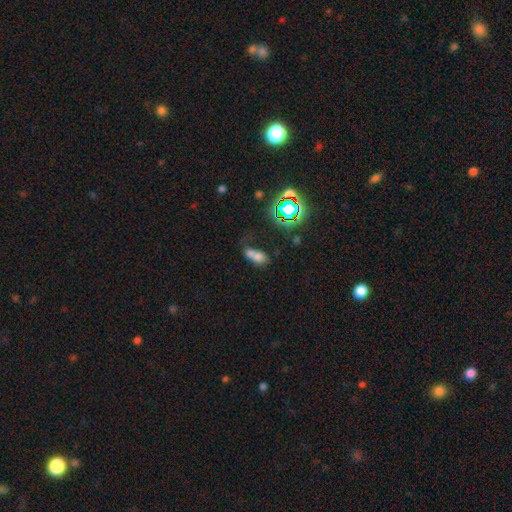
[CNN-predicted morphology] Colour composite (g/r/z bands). It shows a smooth galaxy with no disk features (59%) that is in between round and cigar-shaped (77%). Merging: merger (55%).